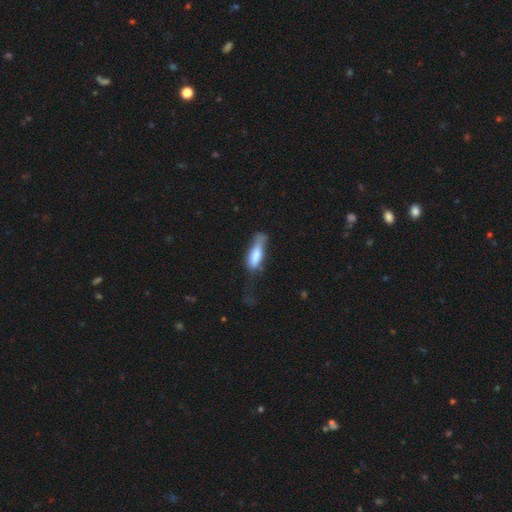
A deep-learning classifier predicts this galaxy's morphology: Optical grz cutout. It shows a smooth galaxy with no disk features (72%) that is in between round and cigar-shaped (54%). Merging: minor disturbance (34%).